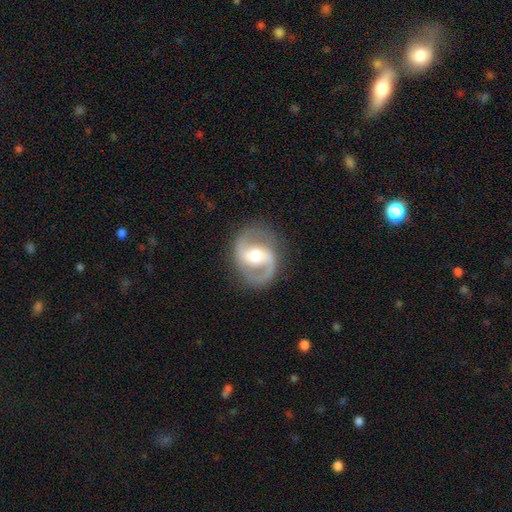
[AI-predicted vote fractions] smooth_or_featured: featured or disk (p=0.89) [alt: smooth p=0.07]
disk_edge_on: no (p=0.98) [alt: yes p=0.02]
bar: weak (p=0.45) [alt: strong p=0.30]
has_spiral_arms: yes (p=0.96) [alt: no p=0.04]
spiral_winding: medium (p=0.58) [alt: loose p=0.25]
spiral_arm_count: 2 (p=0.93) [alt: can't tell p=0.02]
bulge_size: moderate (p=0.70) [alt: small p=0.17]
merging: none (p=0.85) [alt: minor disturbance p=0.10]